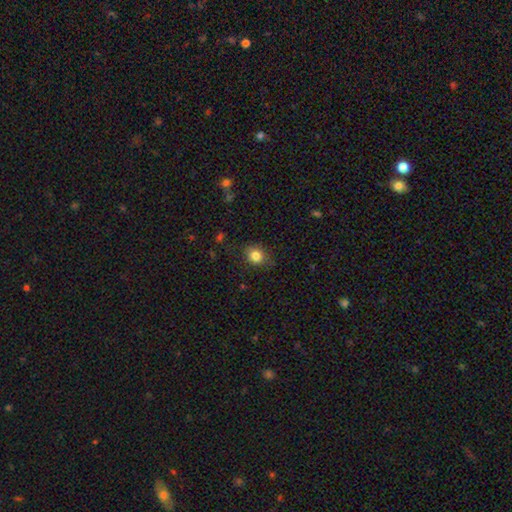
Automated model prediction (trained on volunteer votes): This appears to be a smooth galaxy with no disk features (83%) that is round (69%). Merging: none (79%).